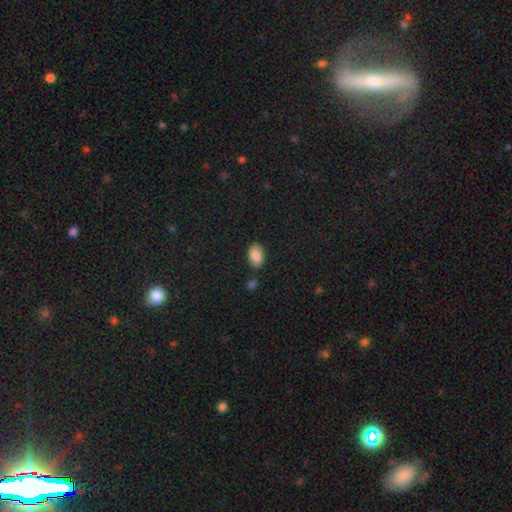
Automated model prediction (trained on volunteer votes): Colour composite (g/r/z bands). It shows a smooth galaxy with no disk features (86%) that is in between round and cigar-shaped (91%). Merging: none (77%).